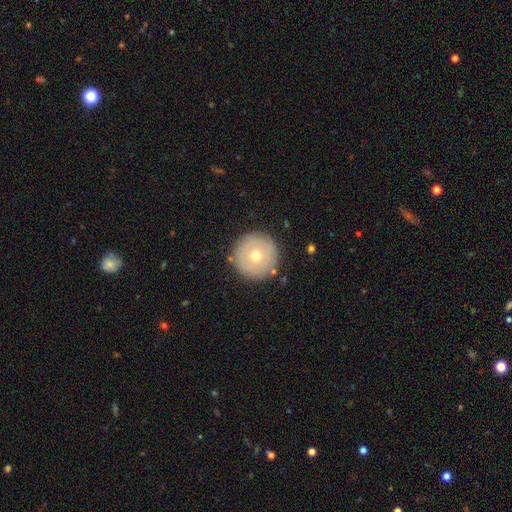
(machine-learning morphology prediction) The model was most divided on "smooth or featured": smooth: 61%, featured or disk: 30%, star or artifact: 9%. More confident: how rounded — round (97%); merging — none (88%).